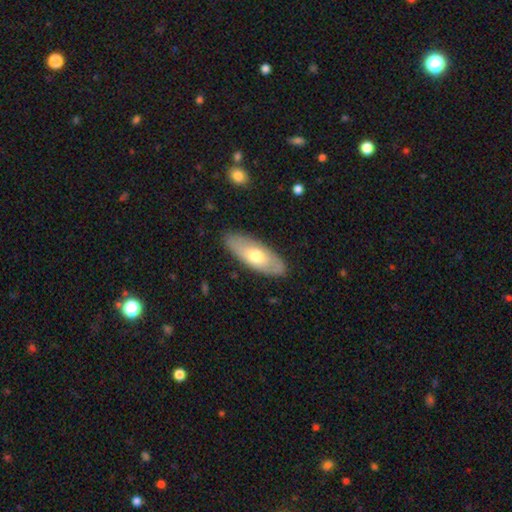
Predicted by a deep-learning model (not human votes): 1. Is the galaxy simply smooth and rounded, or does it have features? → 56% smooth, 39% featured or disk, 5% star or artifact.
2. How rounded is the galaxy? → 78% in between, 19% cigar-shaped, 3% round.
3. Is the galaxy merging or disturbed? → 86% none, 11% minor disturbance, 2% major disturbance, 1% merger.